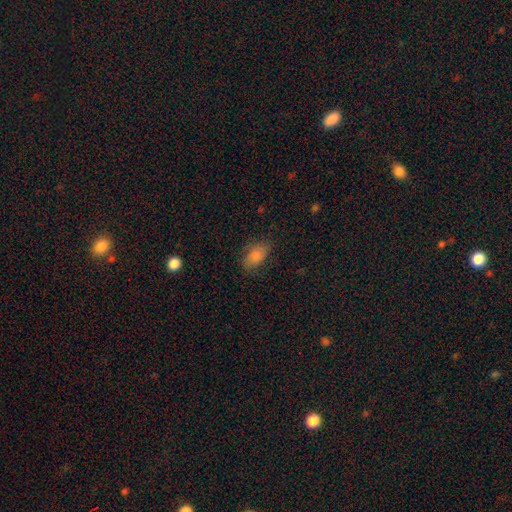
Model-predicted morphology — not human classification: This is likely a smooth galaxy (72%). How rounded: clearly in between (85%). Merging: likely none (74%).